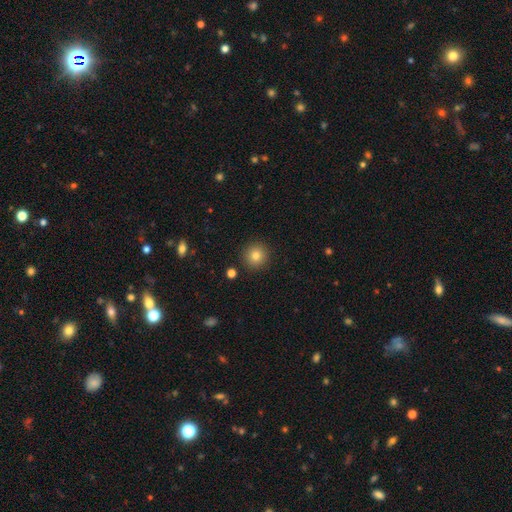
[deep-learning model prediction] A smooth galaxy with no disk features (82%) that is round (94%). Merging: none (91%).